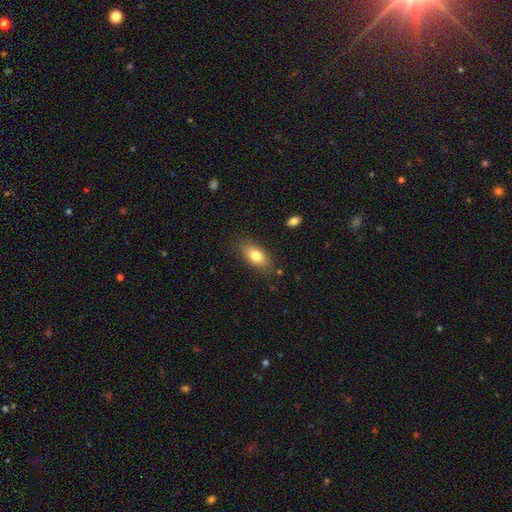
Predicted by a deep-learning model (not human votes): The model was most divided on "smooth or featured": smooth: 77%, featured or disk: 15%, star or artifact: 7%. More confident: how rounded — in between (85%); merging — none (82%).